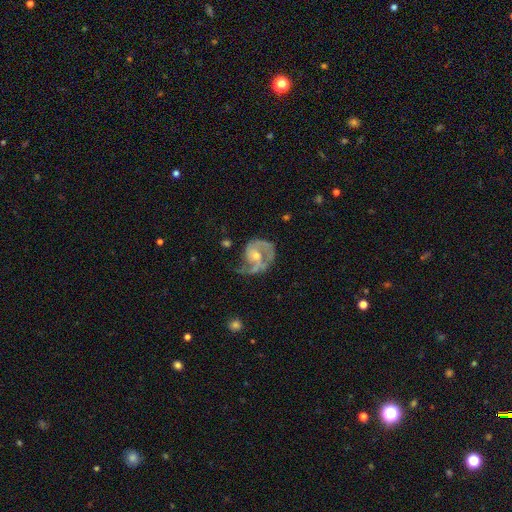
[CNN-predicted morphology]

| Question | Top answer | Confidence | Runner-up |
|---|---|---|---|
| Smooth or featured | featured or disk | 84% | smooth (10%) |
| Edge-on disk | no | 98% | yes (2%) |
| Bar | no | 60% | weak (32%) |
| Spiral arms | yes | 92% | no (8%) |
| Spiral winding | medium | 47% | tight (30%) |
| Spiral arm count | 2 | 62% | 1 (18%) |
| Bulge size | moderate | 48% | small (46%) |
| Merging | none | 46% | major disturbance (25%) |